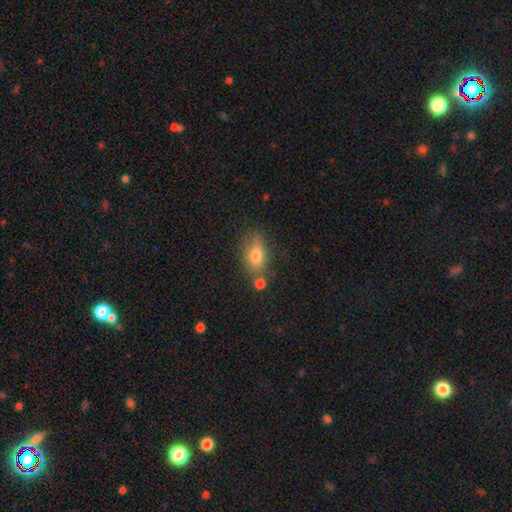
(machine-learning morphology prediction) The model was most divided on "merging": none: 60%, minor disturbance: 19%, merger: 14%, major disturbance: 7%. More confident: how rounded — in between (79%); smooth or featured — smooth (71%).